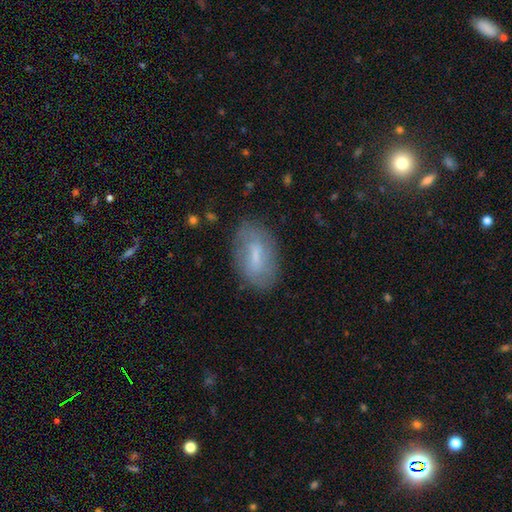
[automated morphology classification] smooth-or-featured: smooth: 51% | featured or disk: 40% | star or artifact: 9%
  how-rounded: in between: 90% | cigar-shaped: 5% | round: 5%
  merging: none: 77% | minor disturbance: 17% | major disturbance: 5% | merger: 2%